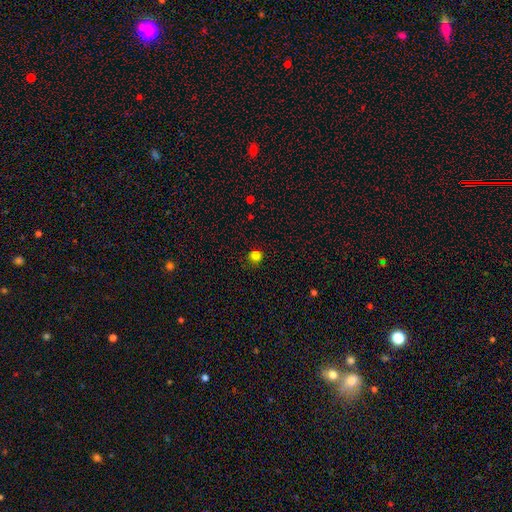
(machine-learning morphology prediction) Smooth or featured: smooth — 82% (star or artifact — 14%)
How rounded: round — 92% (in between — 7%)
Merging: none — 87% (minor disturbance — 9%)